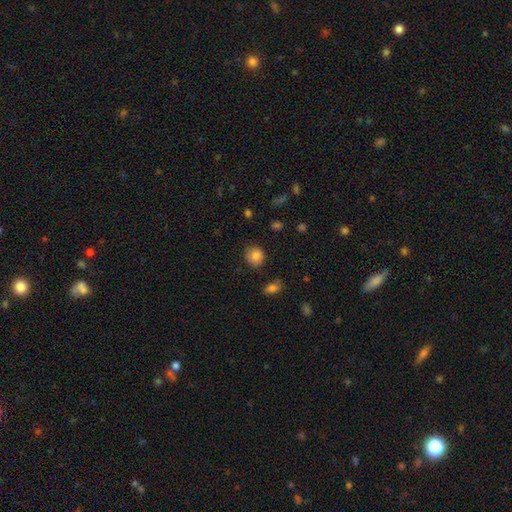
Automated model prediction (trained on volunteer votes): Smooth or featured: smooth — 84% (star or artifact — 9%)
How rounded: round — 82% (in between — 17%)
Merging: none — 81% (minor disturbance — 14%)